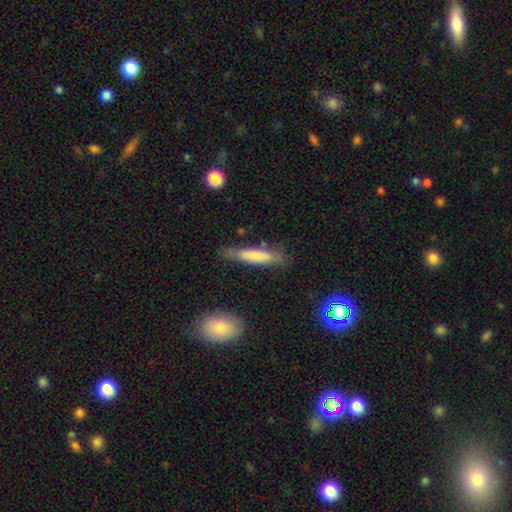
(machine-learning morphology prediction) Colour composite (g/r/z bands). It shows a smooth galaxy with no disk features (70%) that is cigar-shaped (84%). Merging: none (73%).